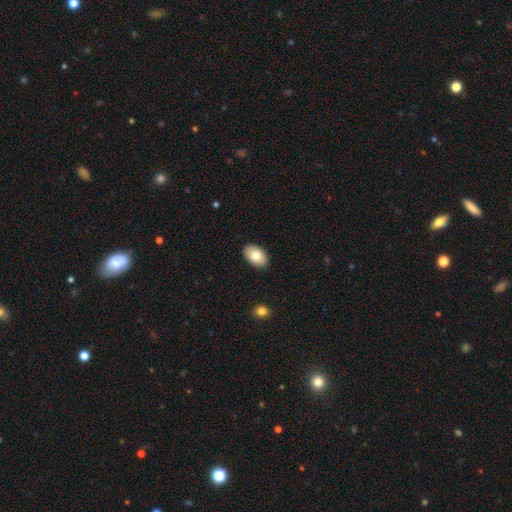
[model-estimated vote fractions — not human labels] smooth 78%, featured or disk 15%, star or artifact 7%. Down the decision tree: how rounded — in between (92%); merging — none (89%).